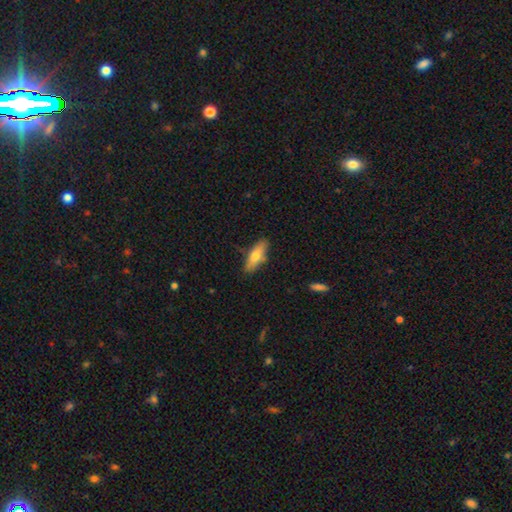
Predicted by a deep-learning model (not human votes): This appears to be a smooth galaxy with no disk features (71%) that is in between round and cigar-shaped (59%). Merging: none (79%).